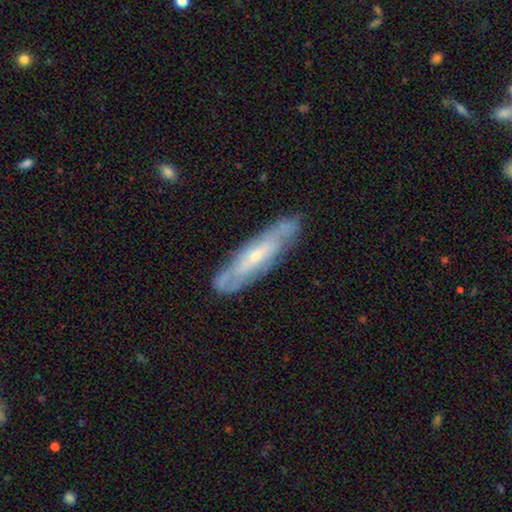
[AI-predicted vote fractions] Smooth or featured: featured or disk — 66% (smooth — 27%)
Edge-on disk: no — 58% (yes — 42%)
Merging: none — 79% (minor disturbance — 16%)